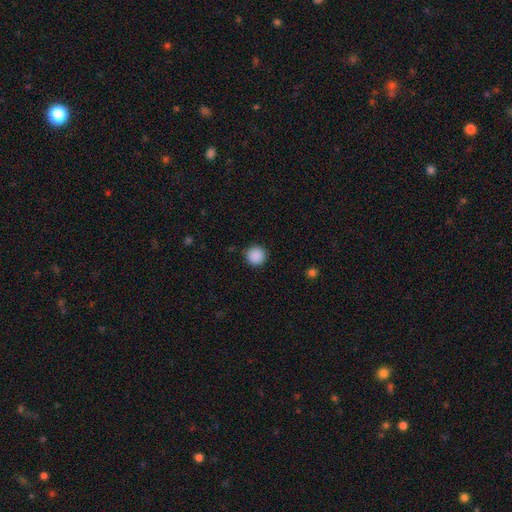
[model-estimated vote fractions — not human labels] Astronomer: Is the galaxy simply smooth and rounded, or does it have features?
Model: smooth — 89%.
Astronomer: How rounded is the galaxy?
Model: round — 95%.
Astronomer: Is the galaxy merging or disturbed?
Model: none — 91%.